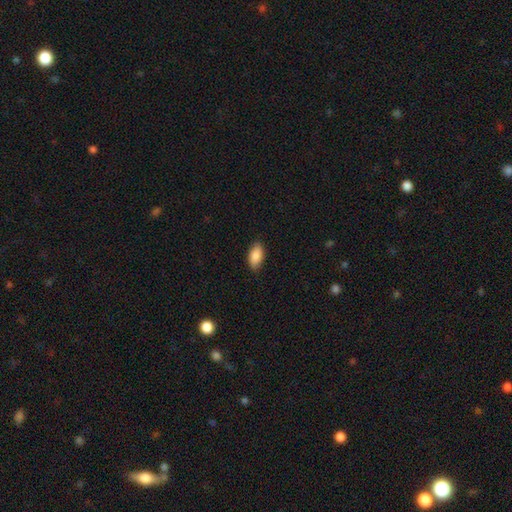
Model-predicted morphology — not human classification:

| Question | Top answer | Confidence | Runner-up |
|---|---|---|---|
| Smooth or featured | smooth | 88% | star or artifact (7%) |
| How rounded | in between | 92% | cigar-shaped (5%) |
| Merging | none | 85% | minor disturbance (12%) |